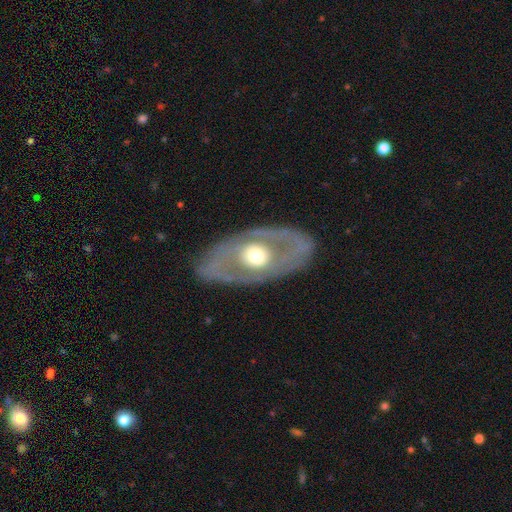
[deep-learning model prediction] Q: Smooth or featured?
A: featured or disk (71%); runner-up: smooth (24%)
Q: Edge-on disk?
A: no (90%); runner-up: yes (10%)
Q: Bar?
A: no (81%); runner-up: weak (13%)
Q: Spiral arms?
A: no (69%); runner-up: yes (31%)
Q: Bulge size?
A: moderate (62%); runner-up: large (24%)
Q: Merging?
A: none (80%); runner-up: minor disturbance (12%)